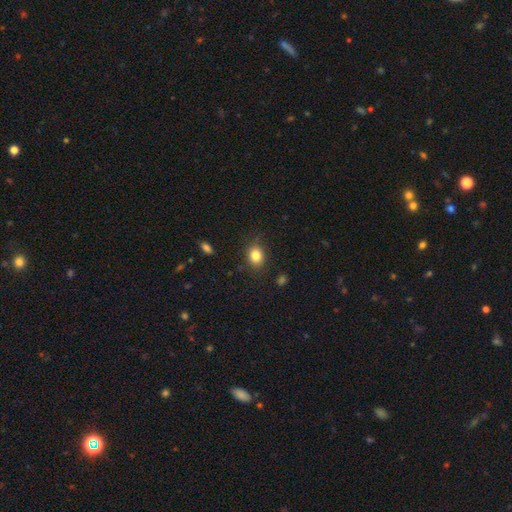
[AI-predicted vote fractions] Q: Smooth or featured?
A: smooth (83%); runner-up: star or artifact (10%)
Q: How rounded?
A: in between (50%); runner-up: round (49%)
Q: Merging?
A: none (82%); runner-up: minor disturbance (13%)